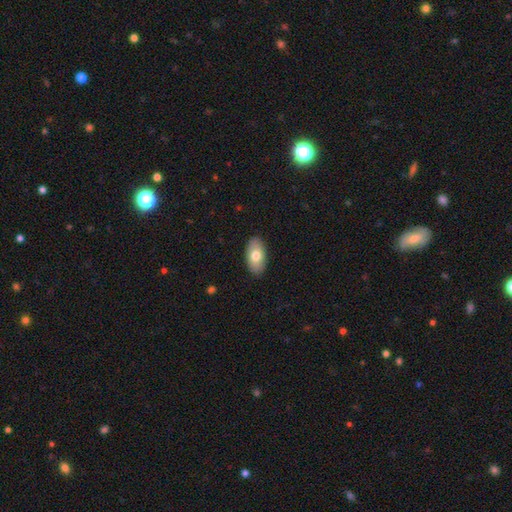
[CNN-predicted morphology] Smooth or featured?
  - smooth: 75% *
  - featured or disk: 19%
  - star or artifact: 6%
How rounded?
  - in between: 94% *
  - round: 4%
  - cigar-shaped: 2%
Merging?
  - none: 89% *
  - minor disturbance: 8%
  - major disturbance: 2%
  - merger: 1%